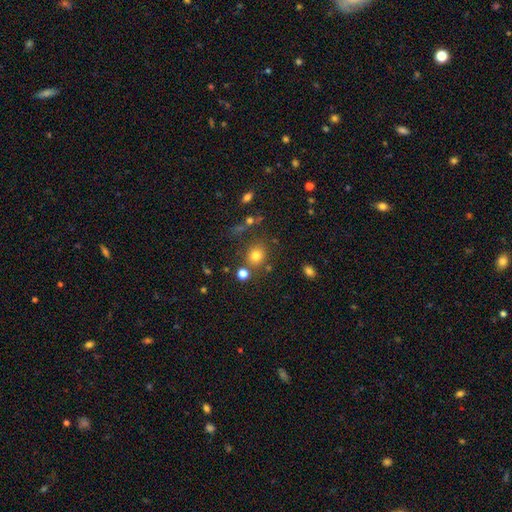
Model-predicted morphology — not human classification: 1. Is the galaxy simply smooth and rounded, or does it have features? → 76% smooth, 15% star or artifact, 9% featured or disk.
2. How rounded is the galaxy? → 79% round, 20% in between, 1% cigar-shaped.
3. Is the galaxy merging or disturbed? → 74% none, 11% minor disturbance, 10% merger, 5% major disturbance.